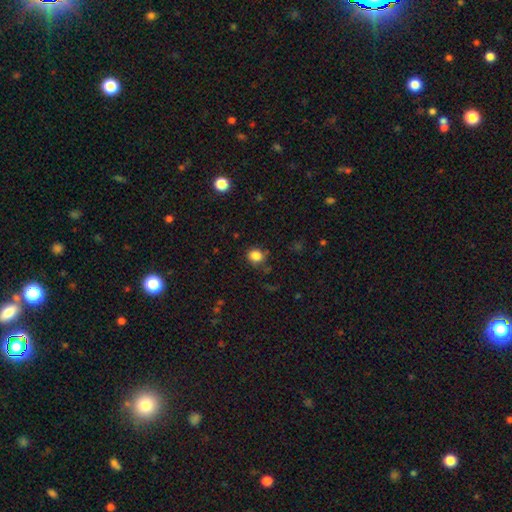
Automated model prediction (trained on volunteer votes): smooth_or_featured: smooth (p=0.84) [alt: star or artifact p=0.11]
how_rounded: round (p=0.70) [alt: in between p=0.29]
merging: none (p=0.77) [alt: minor disturbance p=0.16]